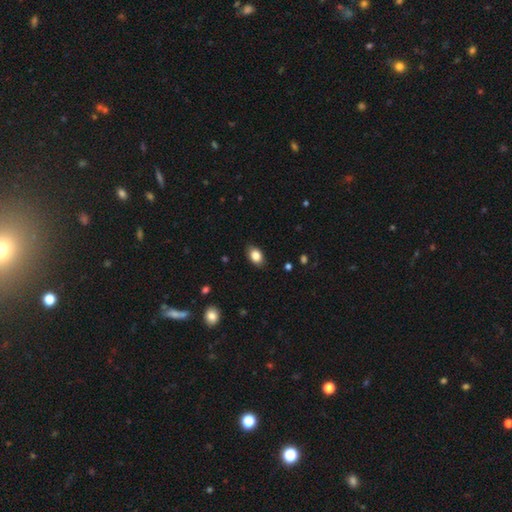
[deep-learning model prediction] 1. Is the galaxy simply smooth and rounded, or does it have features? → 85% smooth, 8% star or artifact, 7% featured or disk.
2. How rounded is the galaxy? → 85% in between, 14% round, 1% cigar-shaped.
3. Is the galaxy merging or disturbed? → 85% none, 11% minor disturbance, 2% major disturbance, 1% merger.